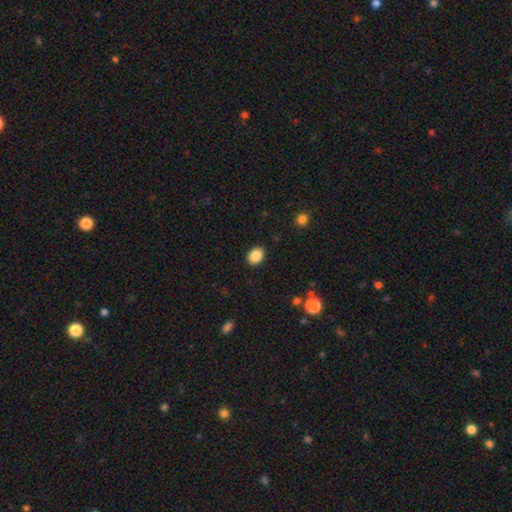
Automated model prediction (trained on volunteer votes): A smooth galaxy with no disk features (87%) that is in between round and cigar-shaped (64%).

Vote fractions:
- Smooth or featured? smooth: 87% / star or artifact: 9% / featured or disk: 4%
- How rounded? in between: 64% / round: 36% / cigar-shaped: 1%
- Merging? none: 90% / minor disturbance: 7% / major disturbance: 2% / merger: 1%